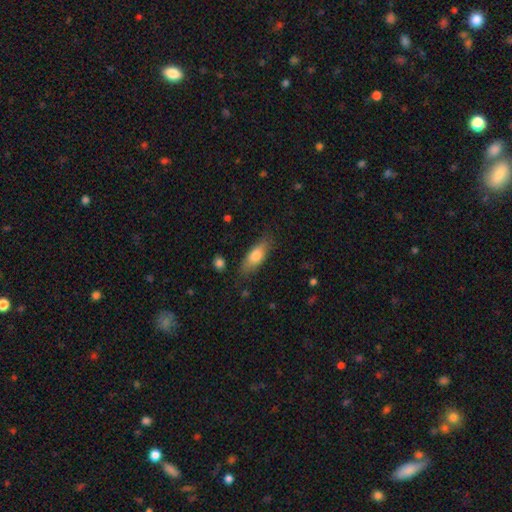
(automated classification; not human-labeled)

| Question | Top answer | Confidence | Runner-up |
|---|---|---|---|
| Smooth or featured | smooth | 75% | featured or disk (19%) |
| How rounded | in between | 70% | cigar-shaped (28%) |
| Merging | none | 78% | minor disturbance (16%) |